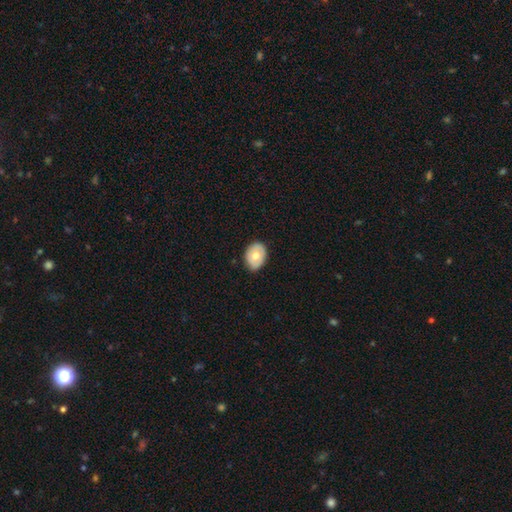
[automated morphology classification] smooth-or-featured: smooth: 64% | featured or disk: 30% | star or artifact: 7%
  how-rounded: in between: 68% | round: 31% | cigar-shaped: 1%
  merging: none: 84% | minor disturbance: 13% | major disturbance: 2% | merger: 1%